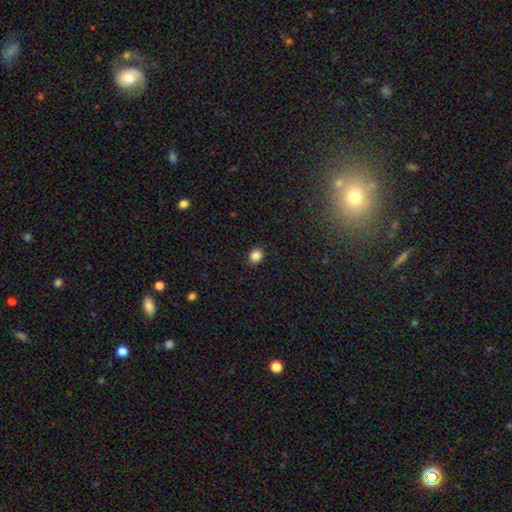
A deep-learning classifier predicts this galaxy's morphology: smooth 86%, star or artifact 10%, featured or disk 3%. Down the decision tree: how rounded — round (63%); merging — none (91%).